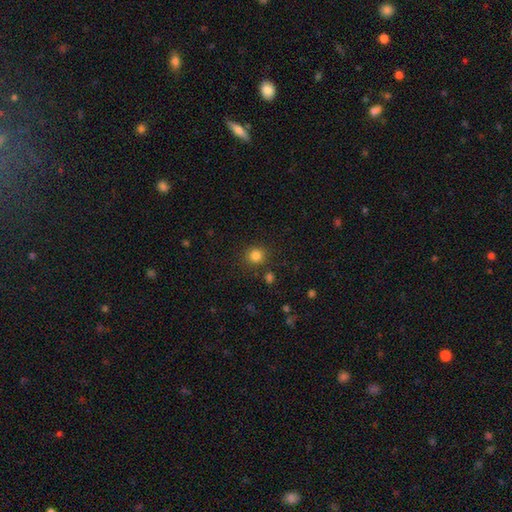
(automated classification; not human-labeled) Morphology: type=smooth (83%); roundness=round (88%); merging=none (86%).